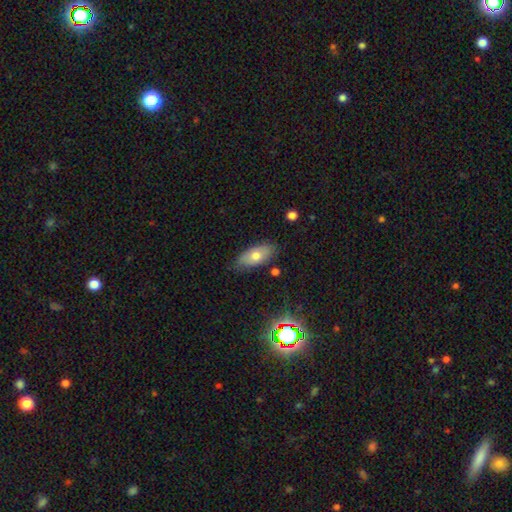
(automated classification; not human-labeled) smooth-or-featured: smooth: 67% | featured or disk: 24% | star or artifact: 9%
  how-rounded: in between: 89% | cigar-shaped: 7% | round: 4%
  merging: none: 77% | minor disturbance: 17% | major disturbance: 3% | merger: 2%